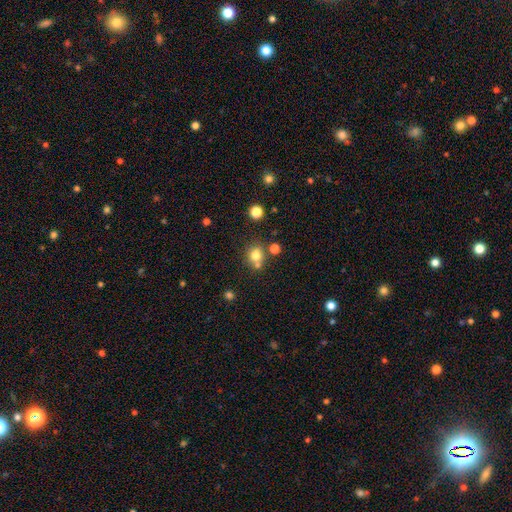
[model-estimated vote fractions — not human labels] A smooth galaxy with no disk features (77%) that is round (77%). Merging: none (62%).